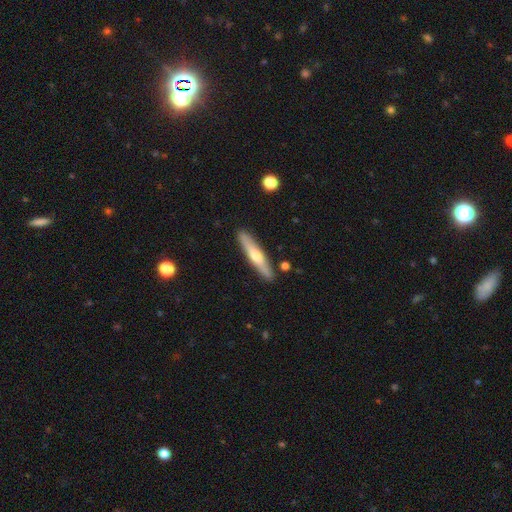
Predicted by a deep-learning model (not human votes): A featured or disk galaxy (51%) viewed edge-on (94%).

Vote fractions:
- Smooth or featured? featured or disk: 51% / smooth: 44% / star or artifact: 5%
- Edge-on disk? yes: 94% / no: 6%
- Merging? none: 89% / minor disturbance: 8% / merger: 2% / major disturbance: 2%